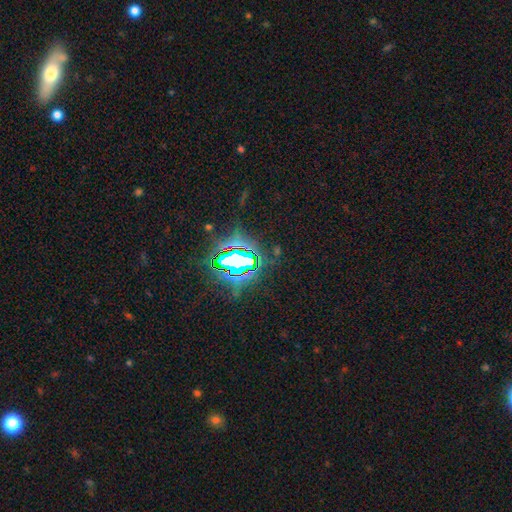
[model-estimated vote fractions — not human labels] Smooth or featured? star or artifact (85%)